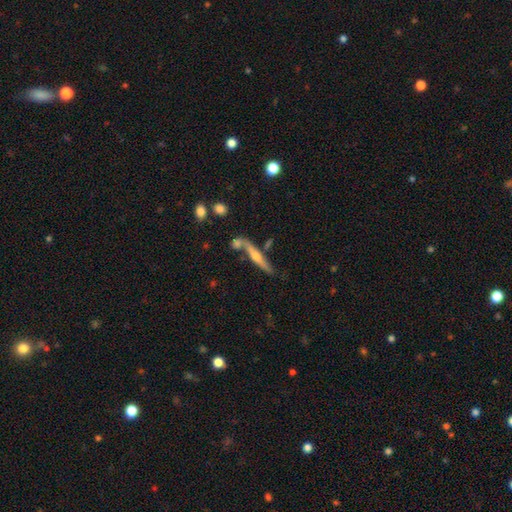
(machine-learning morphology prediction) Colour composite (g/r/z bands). It shows a featured or disk galaxy (69%) viewed edge-on (93%) with a rounded central bulge (87%). Merging: none (68%).